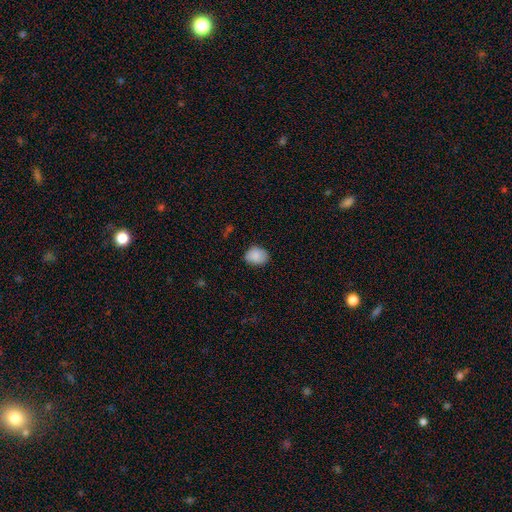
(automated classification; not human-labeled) This is clearly a smooth galaxy (86%). How rounded: possibly in between (58%). Merging: likely none (80%).